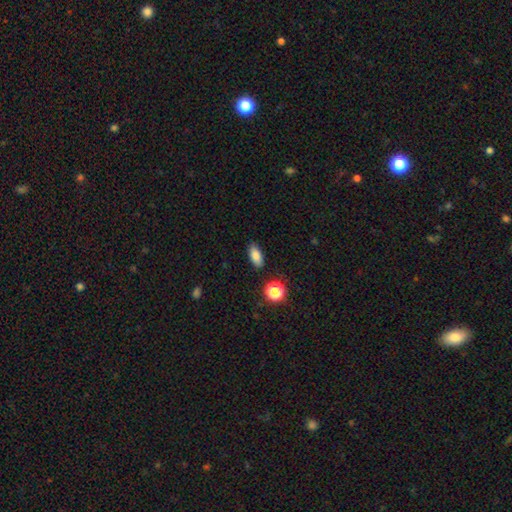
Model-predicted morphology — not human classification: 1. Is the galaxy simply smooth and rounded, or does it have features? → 83% smooth, 10% star or artifact, 6% featured or disk.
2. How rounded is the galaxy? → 85% in between, 9% cigar-shaped, 6% round.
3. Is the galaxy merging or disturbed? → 85% none, 10% minor disturbance, 2% major disturbance, 2% merger.